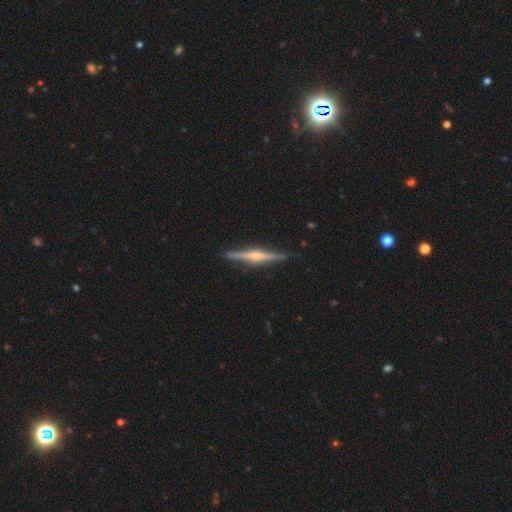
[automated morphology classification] Q: Smooth or featured?
A: featured or disk (77%); runner-up: smooth (18%)
Q: Edge-on disk?
A: yes (98%); runner-up: no (2%)
Q: Edge-on bulge?
A: rounded (75%); runner-up: boxy (14%)
Q: Merging?
A: none (89%); runner-up: minor disturbance (8%)